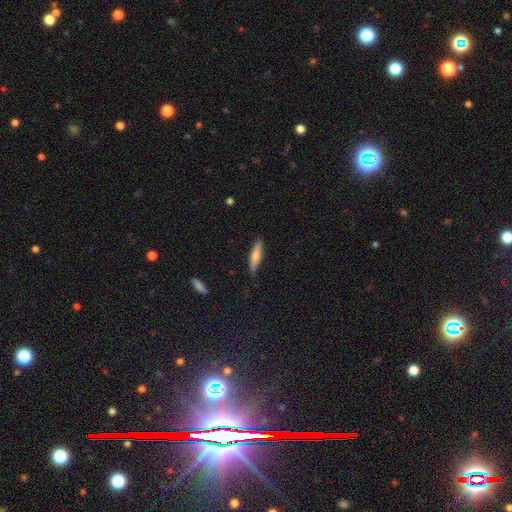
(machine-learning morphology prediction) A smooth galaxy with no disk features (66%) that is cigar-shaped (79%).

Vote fractions:
- Smooth or featured? smooth: 66% / featured or disk: 28% / star or artifact: 6%
- How rounded? cigar-shaped: 79% / in between: 20% / round: 2%
- Merging? none: 84% / minor disturbance: 12% / major disturbance: 2% / merger: 1%